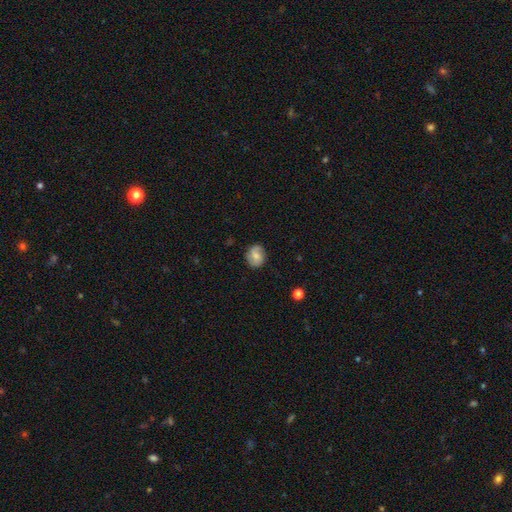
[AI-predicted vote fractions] This is possibly a smooth galaxy (47%). Merging: likely none (78%).